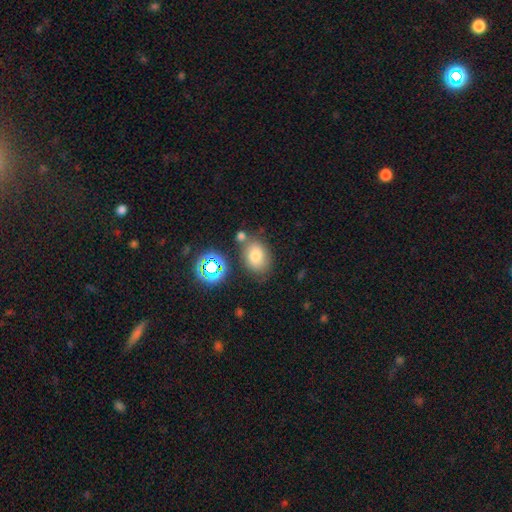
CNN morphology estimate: smooth 73%, star or artifact 16%, featured or disk 11%. Down the decision tree: how rounded — in between (69%); merging — none (67%).